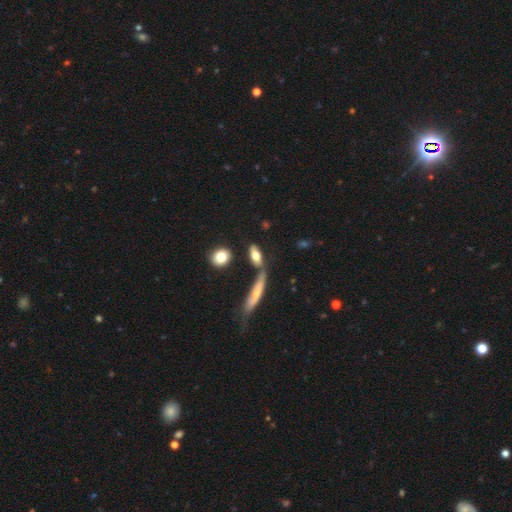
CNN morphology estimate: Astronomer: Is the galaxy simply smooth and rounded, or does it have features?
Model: smooth — 65%.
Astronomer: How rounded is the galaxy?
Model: in between — 62%.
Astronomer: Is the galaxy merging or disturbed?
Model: none — 55%.